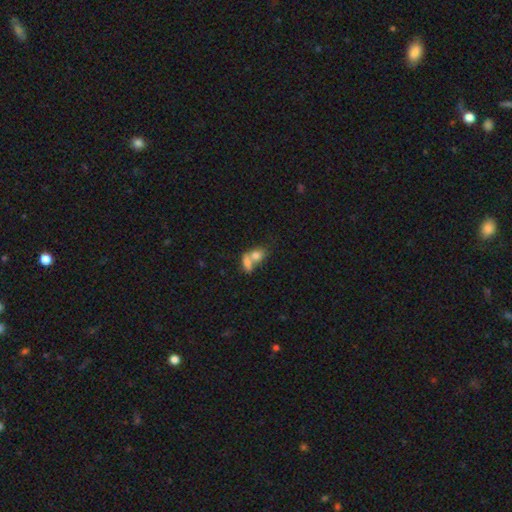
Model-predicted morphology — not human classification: type=smooth (75%); roundness=in between (68%); merging=merger (68%).